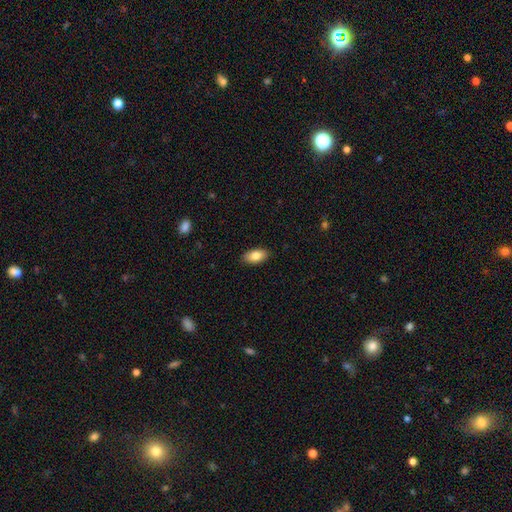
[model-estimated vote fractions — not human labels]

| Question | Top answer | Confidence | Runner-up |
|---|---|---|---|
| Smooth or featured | smooth | 83% | featured or disk (11%) |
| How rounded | in between | 92% | cigar-shaped (4%) |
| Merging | none | 89% | minor disturbance (8%) |